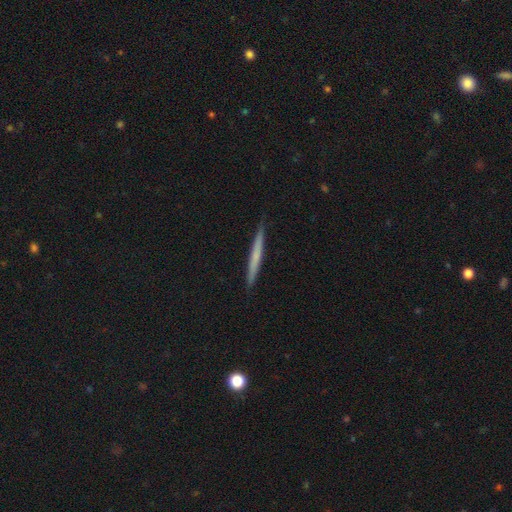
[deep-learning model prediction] A smooth galaxy with no disk features (56%) that is cigar-shaped (97%). Merging: none (91%).